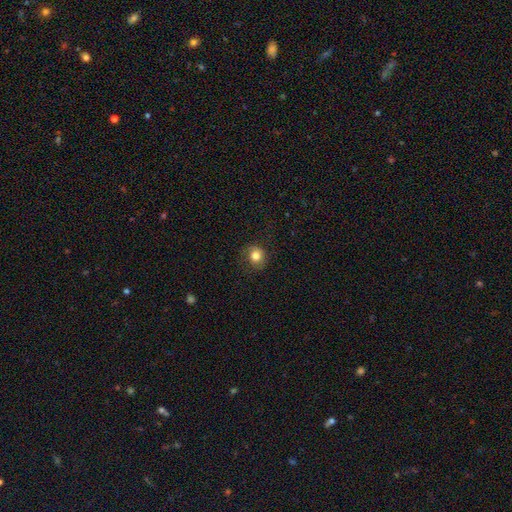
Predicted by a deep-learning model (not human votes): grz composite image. It shows a smooth galaxy with no disk features (83%) that is round (82%). Merging: none (81%).